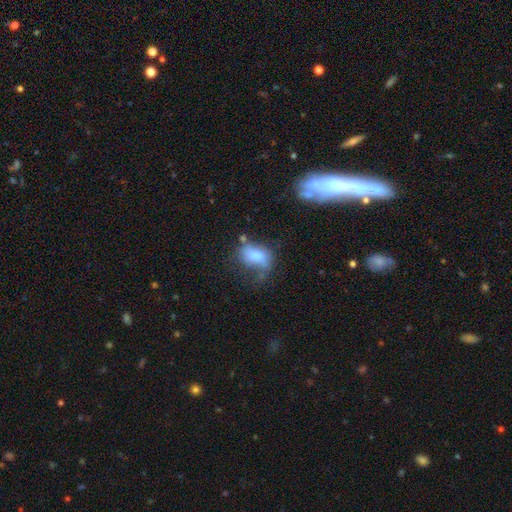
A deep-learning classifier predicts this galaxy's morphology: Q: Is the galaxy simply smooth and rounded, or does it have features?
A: smooth — 69%.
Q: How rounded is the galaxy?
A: in between — 85%.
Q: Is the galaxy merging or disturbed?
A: major disturbance — 30%, tied with none.